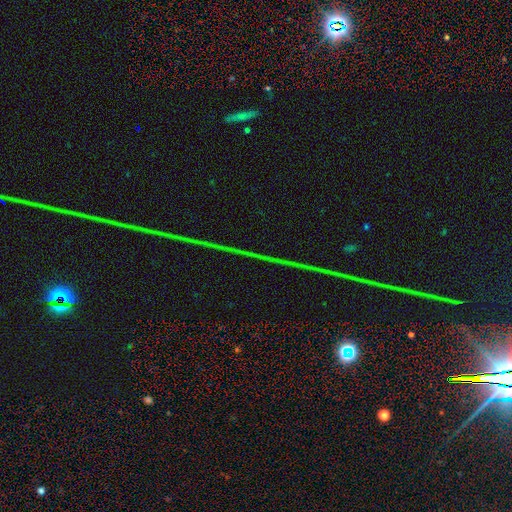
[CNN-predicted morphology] Smooth or featured: star or artifact — 87% (featured or disk — 7%)